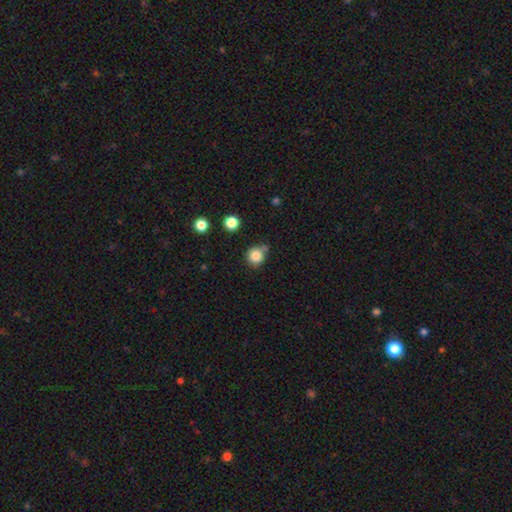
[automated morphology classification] This appears to be a smooth galaxy with no disk features (83%) that is round (91%). Merging: none (67%).